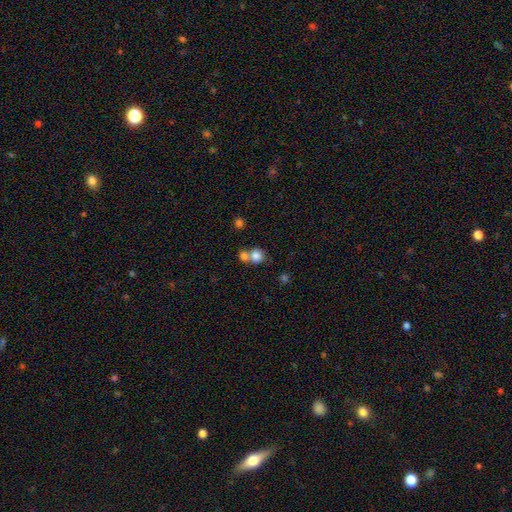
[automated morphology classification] smooth_or_featured: smooth (p=0.81) [alt: star or artifact p=0.10]
how_rounded: round (p=0.79) [alt: in between p=0.20]
merging: merger (p=0.52) [alt: none p=0.38]